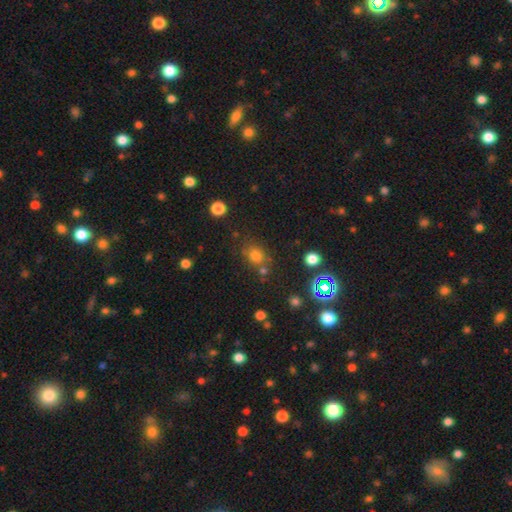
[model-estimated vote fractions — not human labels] Smooth or featured? Predicted: smooth (p=0.73). How rounded? Predicted: round (p=0.70). Merging? Predicted: none (p=0.68).